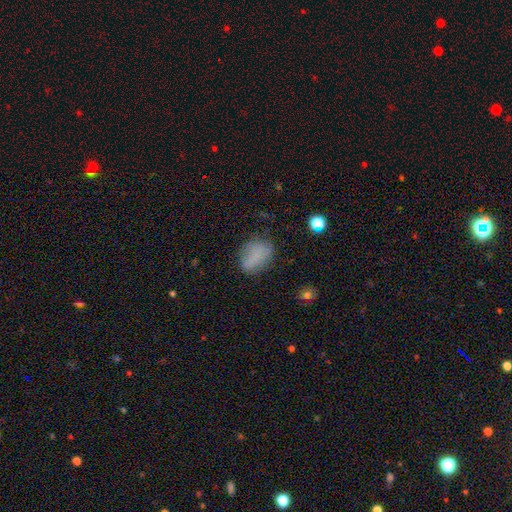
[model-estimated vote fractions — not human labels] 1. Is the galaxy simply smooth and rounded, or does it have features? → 75% smooth, 14% featured or disk, 11% star or artifact.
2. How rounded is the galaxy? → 78% in between, 20% round, 2% cigar-shaped.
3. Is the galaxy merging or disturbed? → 65% none, 23% minor disturbance, 9% major disturbance, 2% merger.